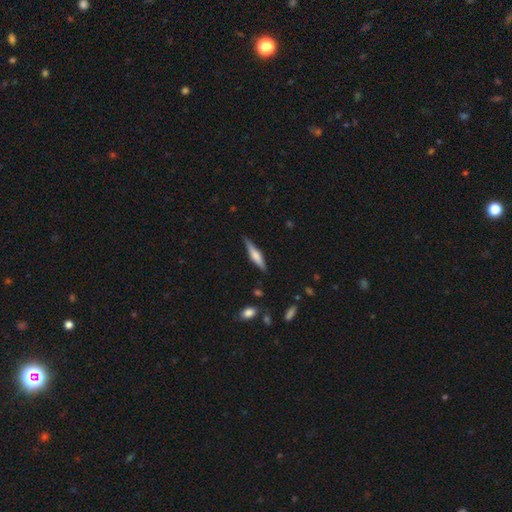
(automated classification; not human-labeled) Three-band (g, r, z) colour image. It shows a smooth galaxy with no disk features (48%). Merging: none (83%).